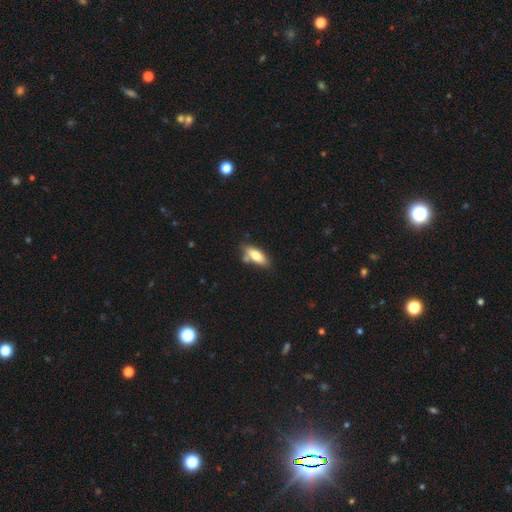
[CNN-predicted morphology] Smooth or featured? smooth (75%)
How rounded? in between (69%)
Merging? none (65%)